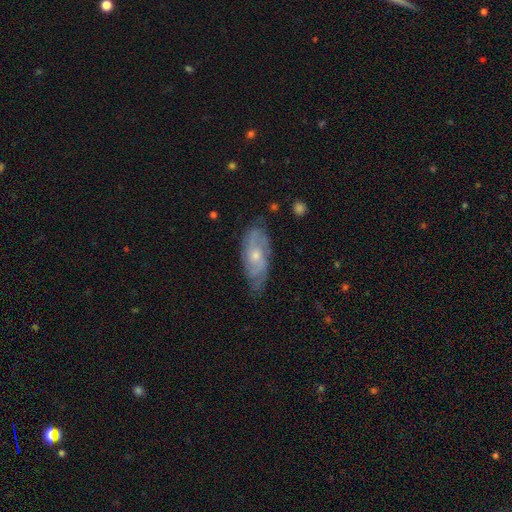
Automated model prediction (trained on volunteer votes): Smooth or featured? Predicted: featured or disk (p=0.69). Edge-on disk? Predicted: no (p=0.89). Bar? Predicted: no (p=0.73). Spiral arms? Predicted: yes (p=0.87). Spiral winding? Predicted: tight (p=0.46). Spiral arm count? Predicted: 2 (p=0.39). Bulge size? Predicted: small (p=0.50). Merging? Predicted: none (p=0.67).